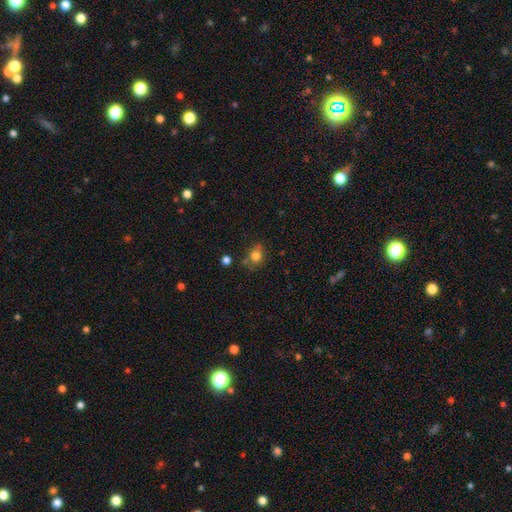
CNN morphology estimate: This is likely a smooth galaxy (78%). How rounded: likely round (65%). Merging: likely none (62%).